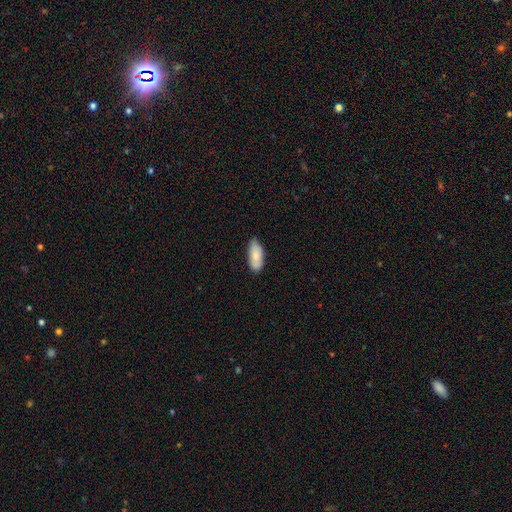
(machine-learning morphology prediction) Smooth or featured? smooth (82%)
How rounded? in between (86%)
Merging? none (78%)